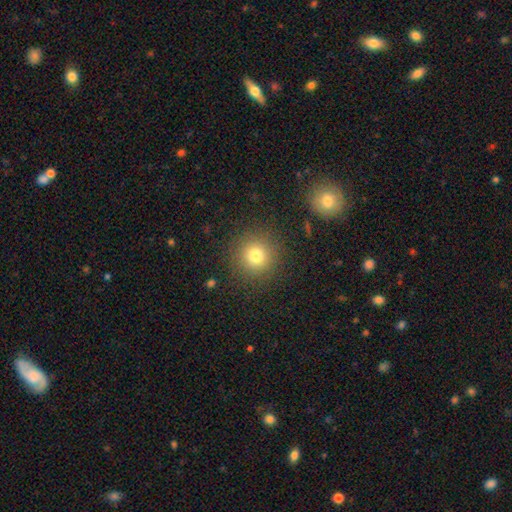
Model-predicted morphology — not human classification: smooth_or_featured: smooth (p=0.77) [alt: star or artifact p=0.14]
how_rounded: round (p=0.94) [alt: in between p=0.05]
merging: none (p=0.88) [alt: minor disturbance p=0.07]